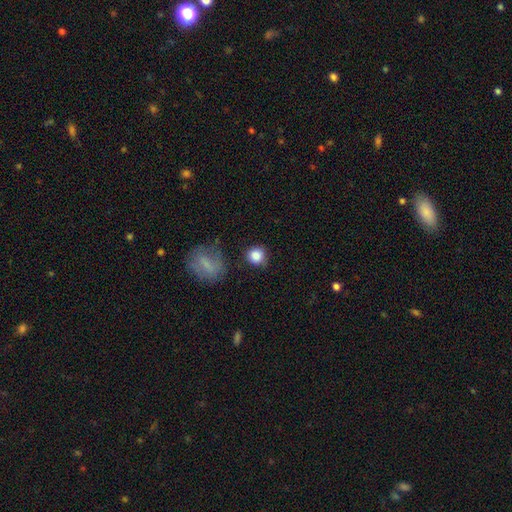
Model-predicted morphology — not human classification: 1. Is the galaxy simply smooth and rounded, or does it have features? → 85% smooth, 9% star or artifact, 6% featured or disk.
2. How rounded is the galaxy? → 89% round, 10% in between, 1% cigar-shaped.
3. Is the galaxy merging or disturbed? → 80% none, 12% minor disturbance, 4% merger, 4% major disturbance.